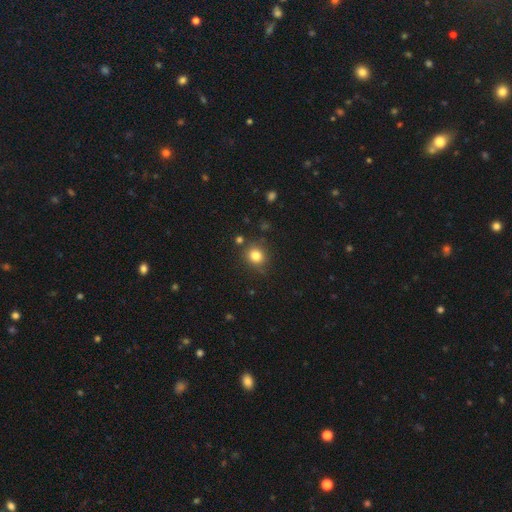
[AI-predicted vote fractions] smooth_or_featured: smooth (p=0.81) [alt: star or artifact p=0.12]
how_rounded: round (p=0.81) [alt: in between p=0.18]
merging: none (p=0.80) [alt: minor disturbance p=0.13]